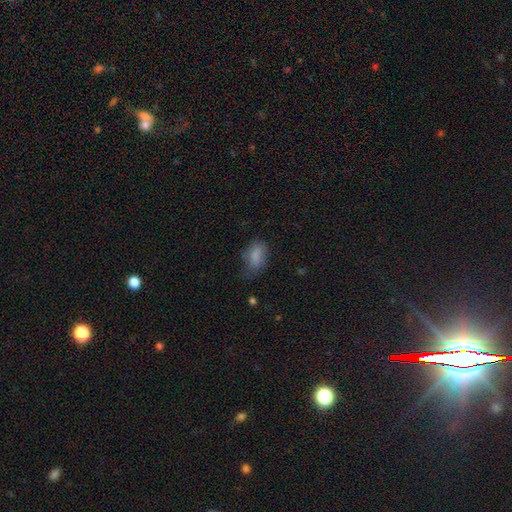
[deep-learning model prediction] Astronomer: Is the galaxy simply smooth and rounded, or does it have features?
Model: smooth — 81%.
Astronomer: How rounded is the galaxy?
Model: in between — 88%.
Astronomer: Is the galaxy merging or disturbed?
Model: none — 53% (runner-up: minor disturbance, 32%).